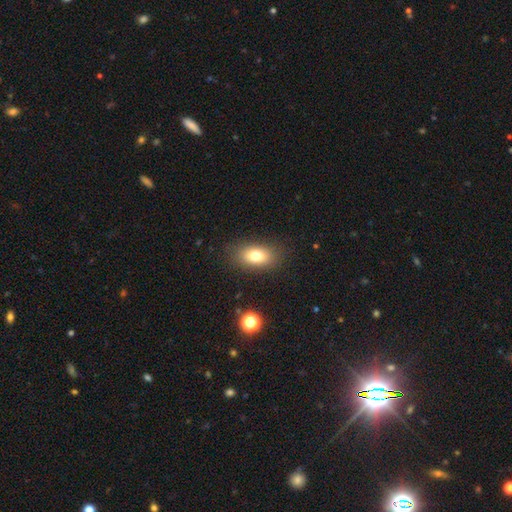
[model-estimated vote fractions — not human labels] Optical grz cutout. It shows a smooth galaxy with no disk features (77%) that is in between round and cigar-shaped (87%). Merging: none (86%).